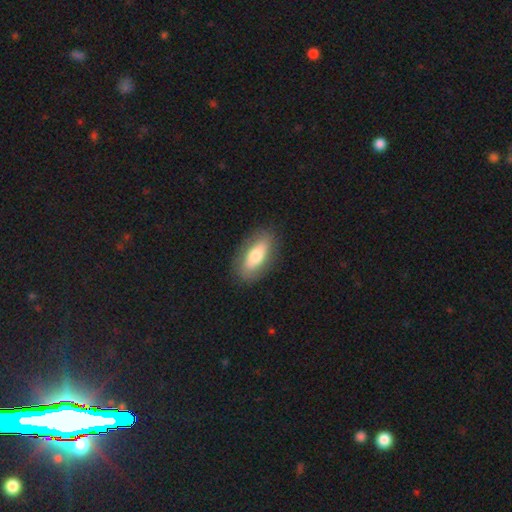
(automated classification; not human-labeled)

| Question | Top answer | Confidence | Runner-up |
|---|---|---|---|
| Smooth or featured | smooth | 66% | featured or disk (28%) |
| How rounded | in between | 84% | cigar-shaped (12%) |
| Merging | none | 84% | minor disturbance (11%) |